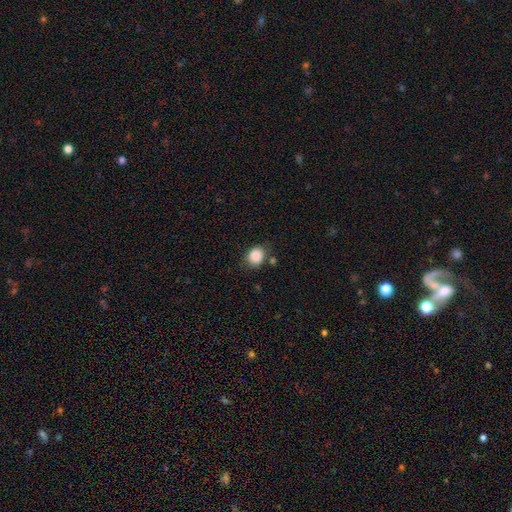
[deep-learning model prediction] Morphology: type=smooth (88%); roundness=round (67%); merging=none (75%).